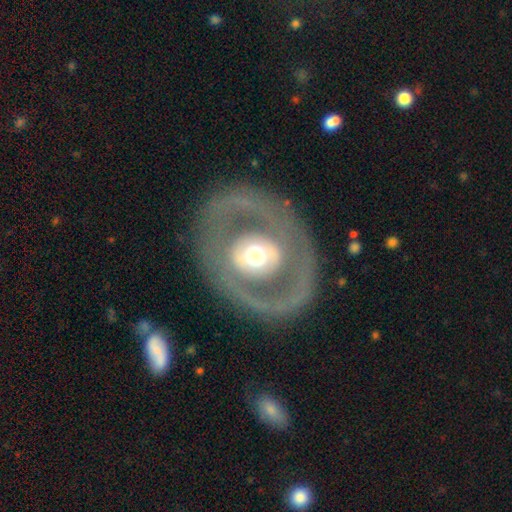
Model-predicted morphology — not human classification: A featured or disk galaxy (66%) with no bar (76%), no spiral arms (71%) and a moderate central bulge (56%).

Vote fractions:
- Smooth or featured? featured or disk: 66% / smooth: 27% / star or artifact: 7%
- Edge-on disk? no: 94% / yes: 6%
- Bar? no: 76% / weak: 14% / strong: 10%
- Spiral arms? no: 71% / yes: 29%
- Bulge size? moderate: 56% / large: 31% / small: 6% / dominant: 6% / none: 1%
- Merging? none: 77% / major disturbance: 12% / minor disturbance: 9% / merger: 2%